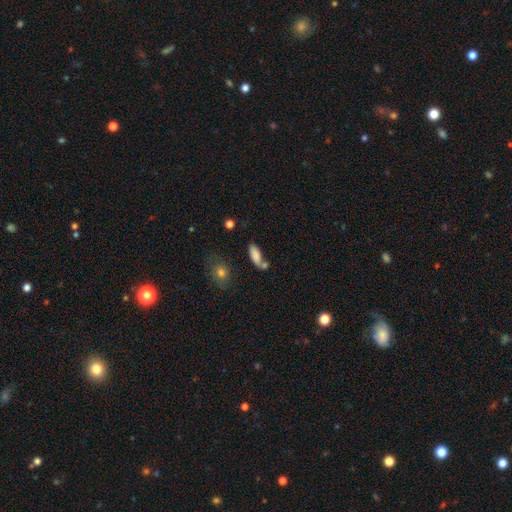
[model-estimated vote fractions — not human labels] smooth-or-featured: smooth: 83% | featured or disk: 9% | star or artifact: 8%
  how-rounded: in between: 73% | cigar-shaped: 24% | round: 3%
  merging: none: 52% | merger: 27% | minor disturbance: 16% | major disturbance: 6%